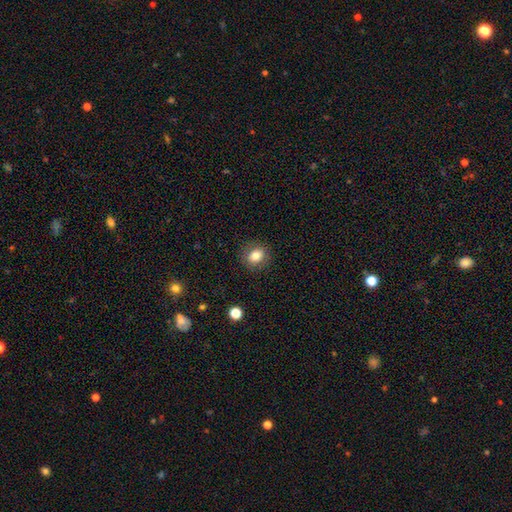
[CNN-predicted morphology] smooth 81%, star or artifact 10%, featured or disk 9%. Down the decision tree: how rounded — round (60%); merging — none (87%).